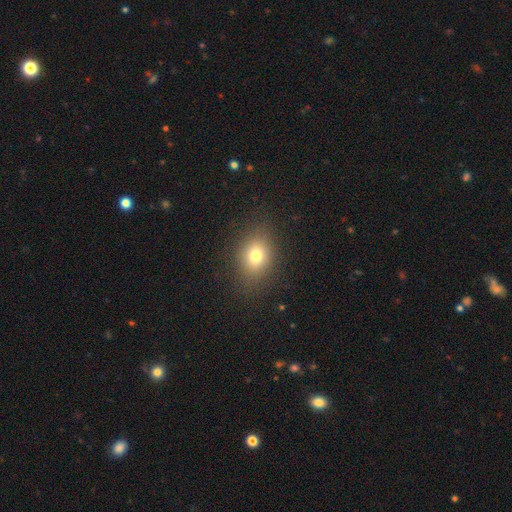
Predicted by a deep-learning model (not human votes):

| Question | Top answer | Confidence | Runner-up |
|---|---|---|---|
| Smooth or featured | smooth | 75% | star or artifact (14%) |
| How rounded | in between | 54% | round (44%) |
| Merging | none | 84% | minor disturbance (11%) |